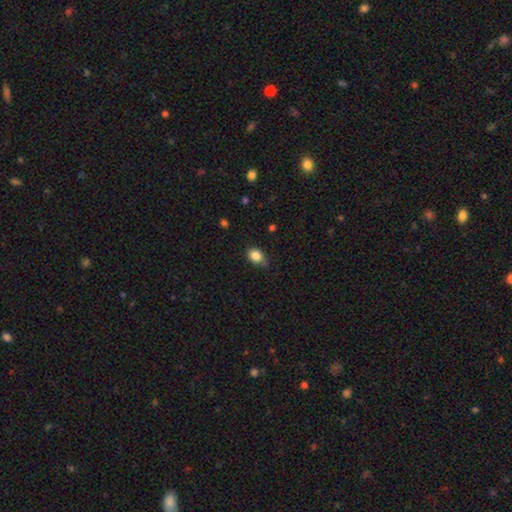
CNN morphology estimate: A smooth galaxy with no disk features (84%) that is in between round and cigar-shaped (56%). Merging: none (59%).